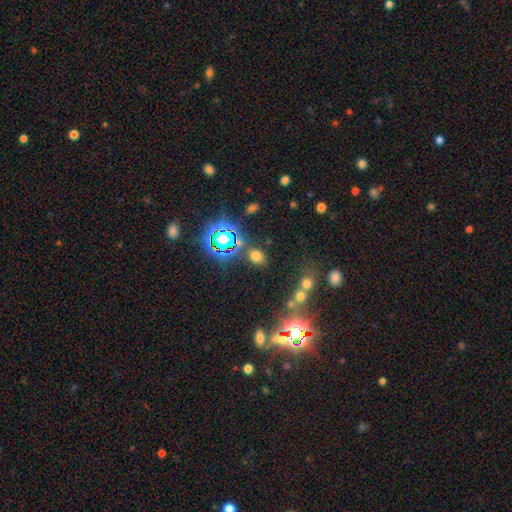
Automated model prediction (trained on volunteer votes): Smooth or featured: smooth — 61% (star or artifact — 32%)
How rounded: in between — 62% (round — 35%)
Merging: none — 79% (minor disturbance — 10%)